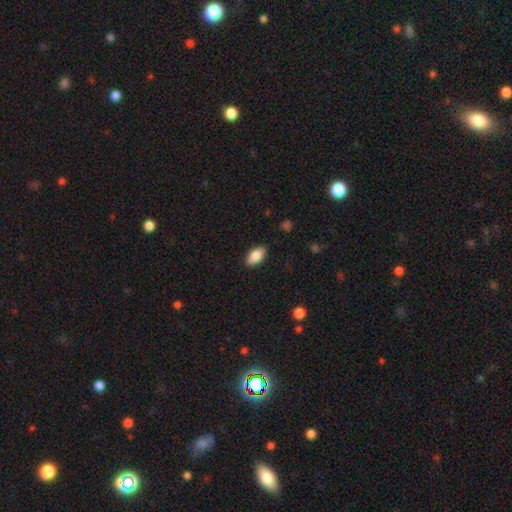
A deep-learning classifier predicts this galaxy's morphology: Overall: smooth (85%). How rounded: in between (92%). Merging: none (88%).